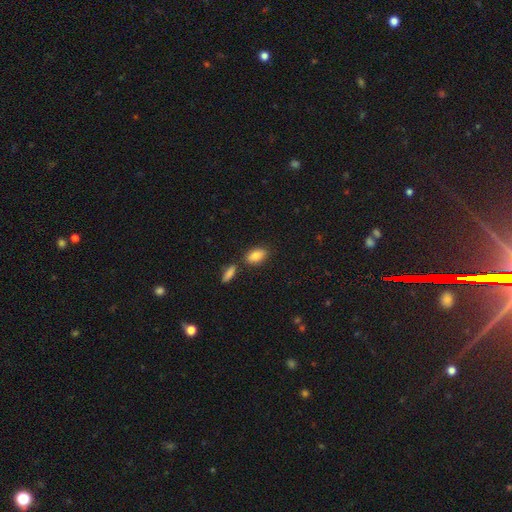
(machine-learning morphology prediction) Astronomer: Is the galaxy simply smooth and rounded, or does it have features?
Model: smooth — 85%.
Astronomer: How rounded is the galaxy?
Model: in between — 89%.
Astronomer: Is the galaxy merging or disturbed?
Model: none — 72%.